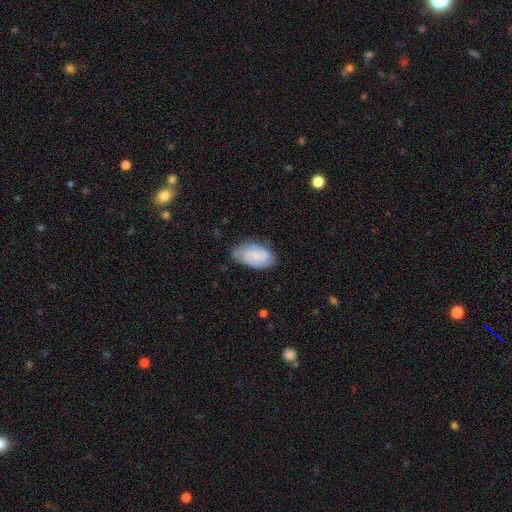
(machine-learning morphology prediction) A featured or disk galaxy (54%) with no bar (53%), spiral arms (90%) and a small central bulge (56%). Merging: none (68%).